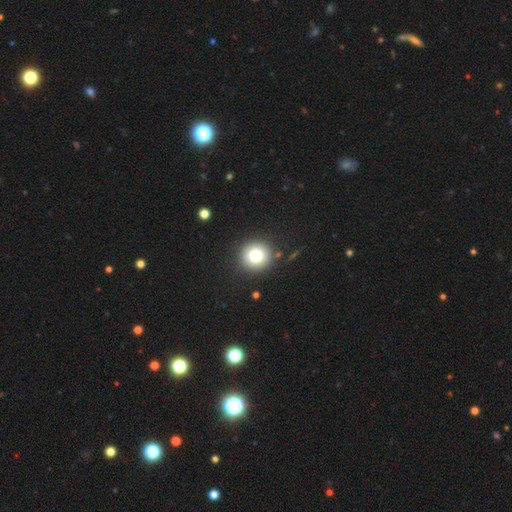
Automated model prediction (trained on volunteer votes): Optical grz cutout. It shows a smooth galaxy with no disk features (79%) that is round (94%). Merging: none (88%).